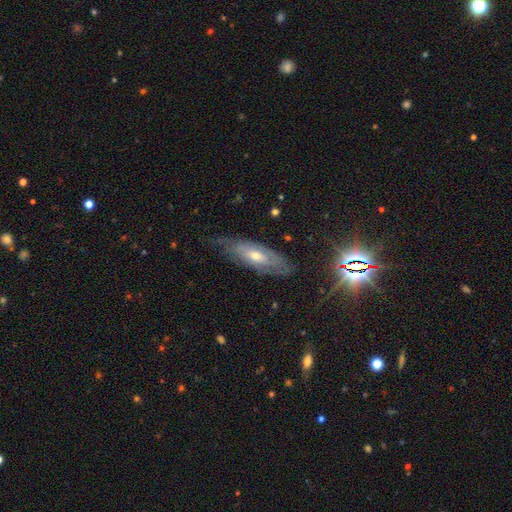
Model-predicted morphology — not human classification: A featured or disk galaxy (67%). Merging: none (66%).